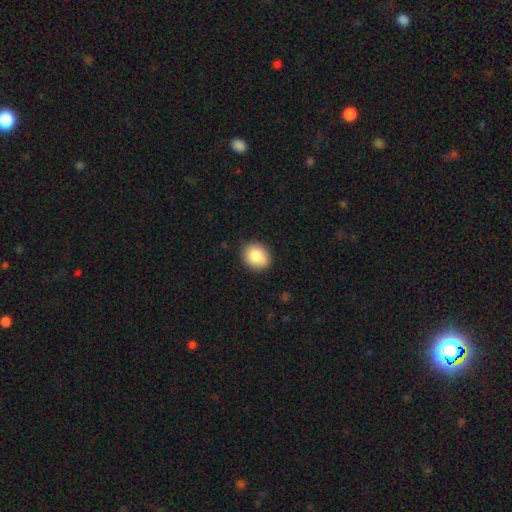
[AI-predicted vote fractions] Smooth or featured? Predicted: smooth (p=0.83). How rounded? Predicted: round (p=0.64). Merging? Predicted: none (p=0.86).